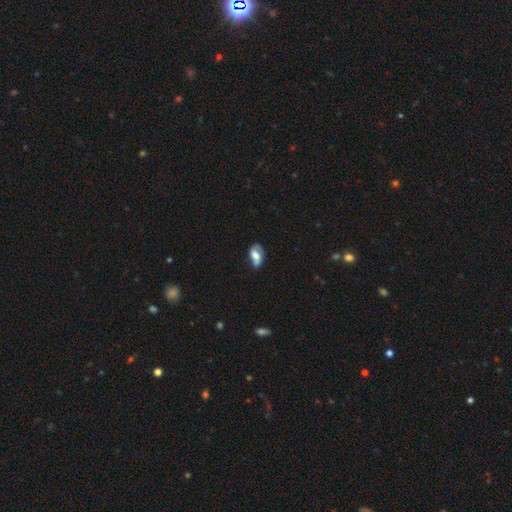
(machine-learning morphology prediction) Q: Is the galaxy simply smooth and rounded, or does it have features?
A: smooth — 51%.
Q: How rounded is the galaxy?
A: in between — 89%.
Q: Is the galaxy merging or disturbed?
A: none — 43%.